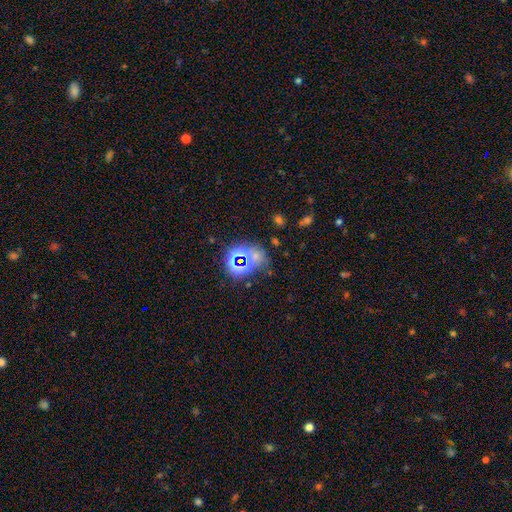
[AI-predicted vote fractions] This is likely a star or artifact rather than a galaxy (68%).